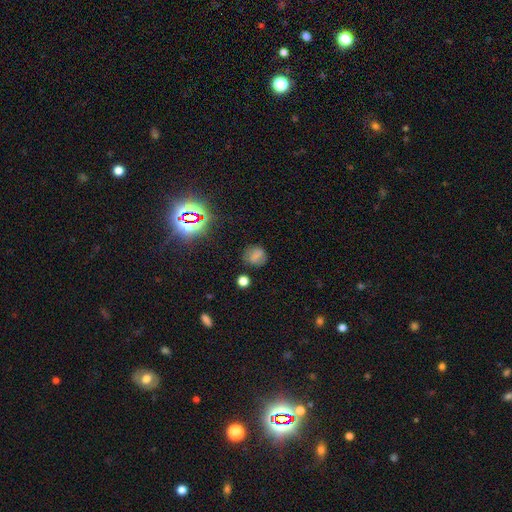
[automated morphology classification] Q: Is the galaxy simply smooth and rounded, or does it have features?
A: smooth — 63%.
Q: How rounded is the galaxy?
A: round — 66%.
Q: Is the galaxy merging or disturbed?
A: none — 73%.